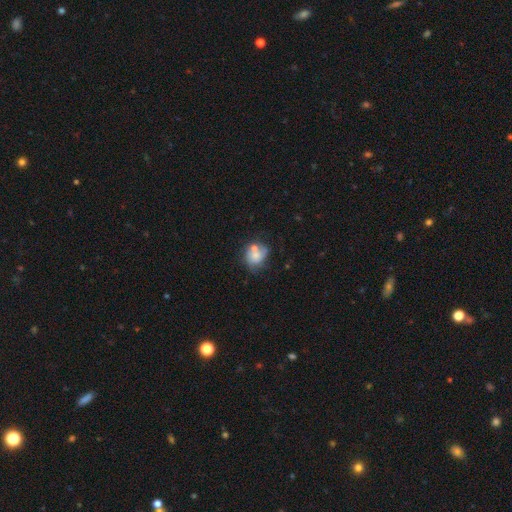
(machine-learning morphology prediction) smooth_or_featured: smooth (p=0.62) [alt: featured or disk p=0.29]
how_rounded: round (p=0.60) [alt: in between p=0.39]
merging: none (p=0.39) [alt: merger p=0.29]